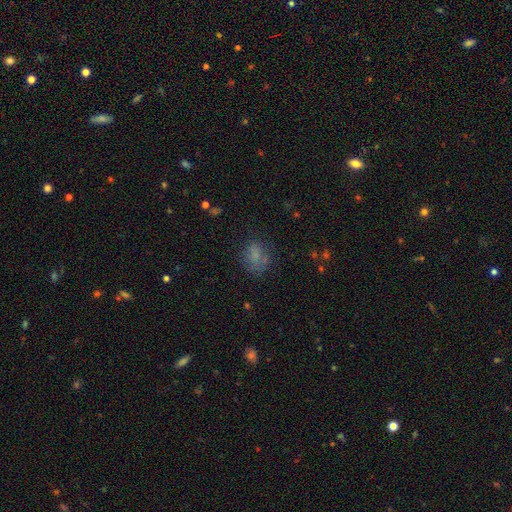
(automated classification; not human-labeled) This appears to be a smooth galaxy with no disk features (69%) that is in between round and cigar-shaped (55%). Merging: none (57%).